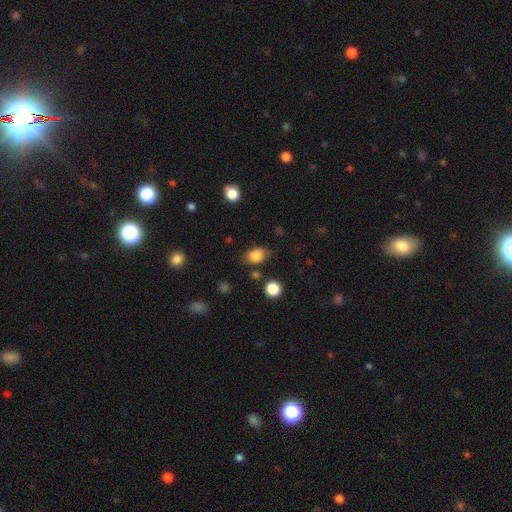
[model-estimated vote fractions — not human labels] Q: Smooth or featured?
A: smooth (85%); runner-up: star or artifact (10%)
Q: How rounded?
A: in between (70%); runner-up: round (29%)
Q: Merging?
A: none (74%); runner-up: minor disturbance (17%)